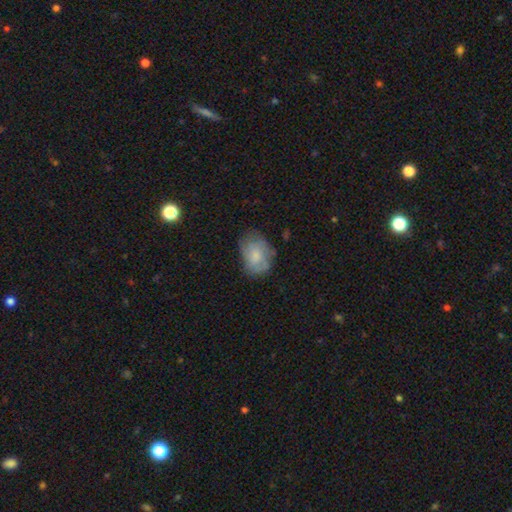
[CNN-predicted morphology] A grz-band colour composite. It shows a smooth galaxy with no disk features (64%) that is in between round and cigar-shaped (76%). Merging: none (59%).